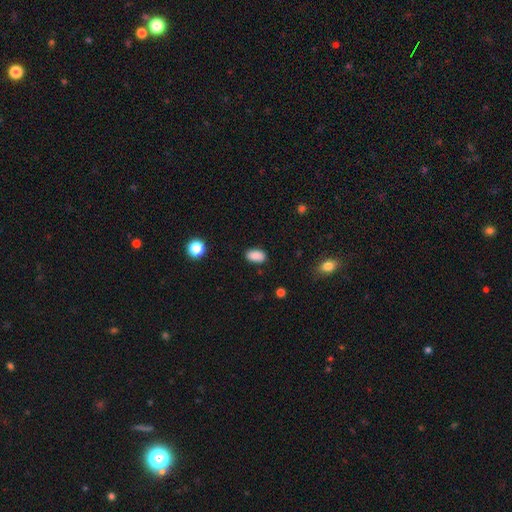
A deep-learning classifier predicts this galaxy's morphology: A smooth galaxy with no disk features (88%) that is in between round and cigar-shaped (91%).

Vote fractions:
- Smooth or featured? smooth: 88% / star or artifact: 9% / featured or disk: 4%
- How rounded? in between: 91% / round: 7% / cigar-shaped: 2%
- Merging? none: 85% / minor disturbance: 11% / major disturbance: 3% / merger: 1%